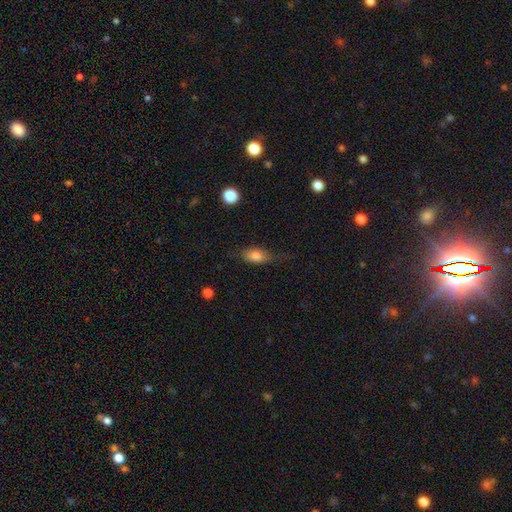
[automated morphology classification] Smooth or featured: smooth — 75% (featured or disk — 16%)
How rounded: in between — 82% (cigar-shaped — 10%)
Merging: none — 54% (minor disturbance — 29%)